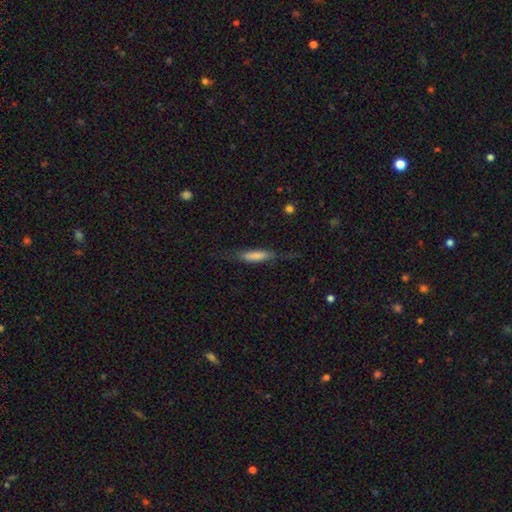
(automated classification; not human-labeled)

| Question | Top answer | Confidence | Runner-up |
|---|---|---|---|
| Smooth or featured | smooth | 67% | featured or disk (26%) |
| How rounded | cigar-shaped | 76% | in between (22%) |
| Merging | none | 64% | minor disturbance (22%) |